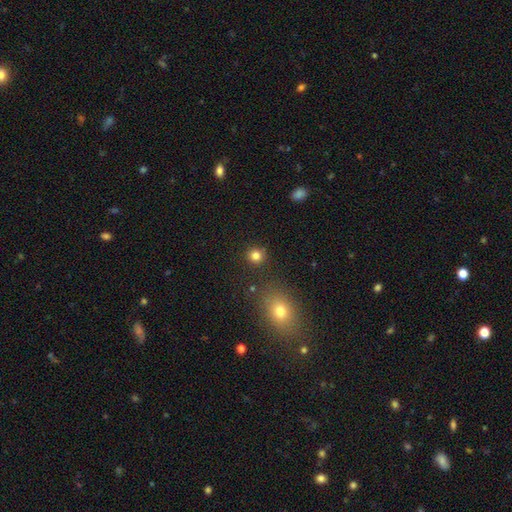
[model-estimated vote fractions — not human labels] Morphology: type=smooth (81%); roundness=round (90%); merging=none (87%).